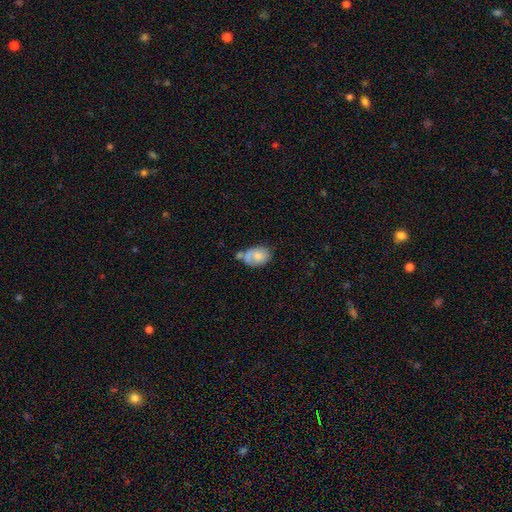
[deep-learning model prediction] The model was most divided on "merging": none: 38%, minor disturbance: 28%, merger: 21%, major disturbance: 13%. More confident: how rounded — in between (81%); smooth or featured — smooth (68%).